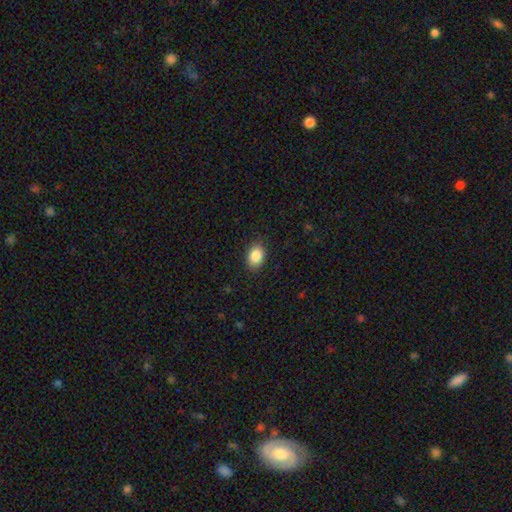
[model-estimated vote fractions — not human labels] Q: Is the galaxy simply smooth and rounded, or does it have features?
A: smooth — 88%.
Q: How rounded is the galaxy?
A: in between — 81%.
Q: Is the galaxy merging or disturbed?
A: none — 87%.